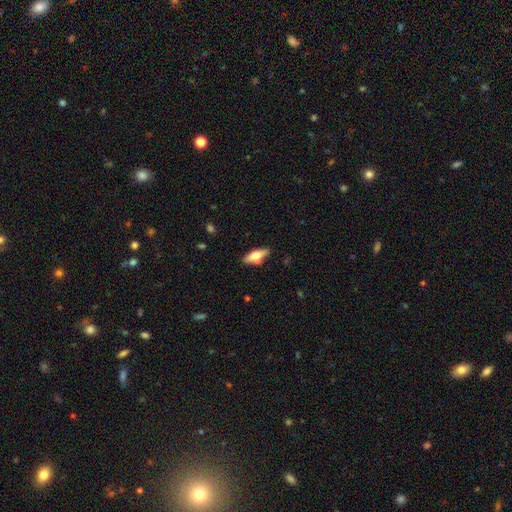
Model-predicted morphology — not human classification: type=smooth (55%); roundness=in between (61%); merging=none (80%).